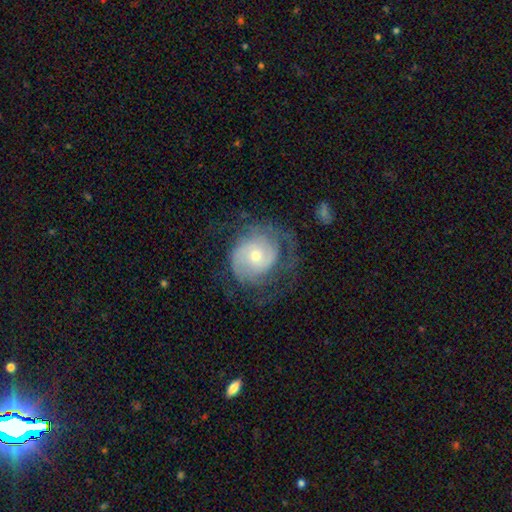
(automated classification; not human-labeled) smooth-or-featured: featured or disk: 75% | smooth: 18% | star or artifact: 6%
  disk-edge-on: no: 97% | yes: 3%
    bar: no: 70% | weak: 26% | strong: 5%
    has-spiral-arms: yes: 90% | no: 10%
      spiral-winding: tight: 52% | medium: 34% | loose: 15%
      spiral-arm-count: 2: 42% | can't tell: 31% | 3: 12% | 1: 8% | 4: 4% | more than 4: 3%
    bulge-size: small: 47% (tied) | moderate: 47% (tied) | large: 3% | none: 1% | dominant: 1%
  merging: none: 56% | major disturbance: 22% | minor disturbance: 20% | merger: 1%